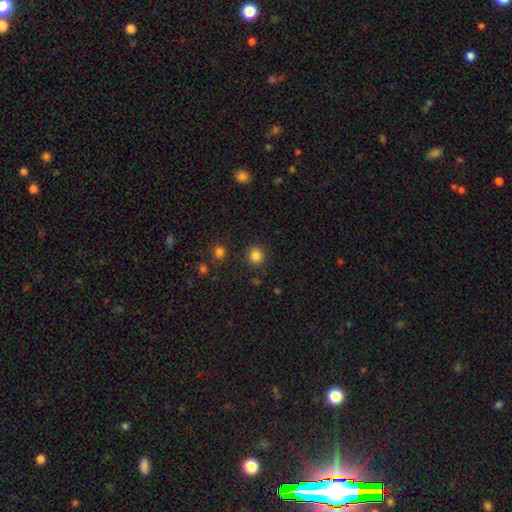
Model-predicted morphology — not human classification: Overall: smooth (83%). How rounded: round (91%). Merging: none (88%).